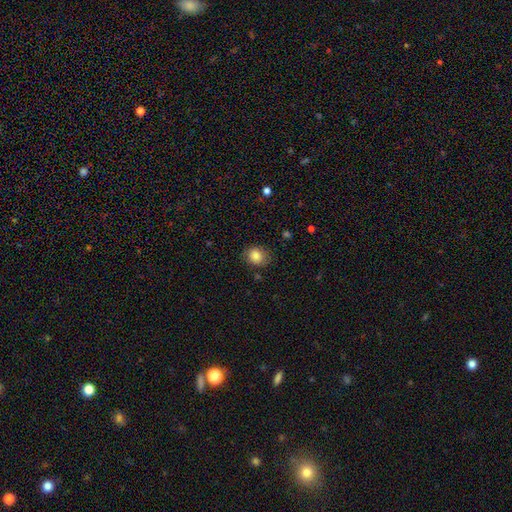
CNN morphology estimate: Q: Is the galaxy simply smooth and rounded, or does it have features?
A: smooth — 84%.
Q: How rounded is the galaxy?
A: round — 66%.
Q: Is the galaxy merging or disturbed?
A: none — 78%.